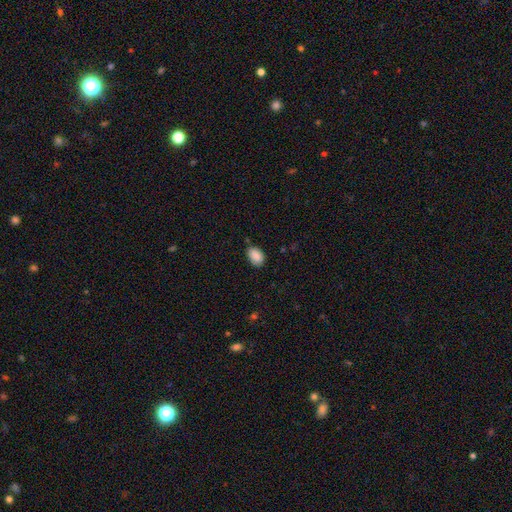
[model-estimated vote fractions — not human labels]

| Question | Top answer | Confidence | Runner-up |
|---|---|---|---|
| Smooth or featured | smooth | 89% | star or artifact (7%) |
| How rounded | in between | 88% | round (11%) |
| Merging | none | 80% | minor disturbance (16%) |